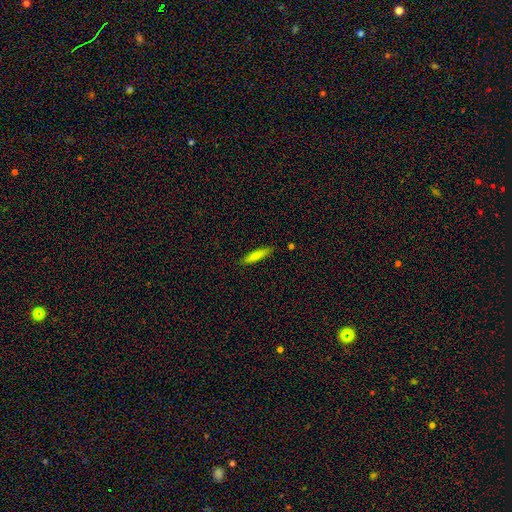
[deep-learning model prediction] Smooth or featured? Predicted: smooth (p=0.79). How rounded? Predicted: cigar-shaped (p=0.84). Merging? Predicted: none (p=0.86).